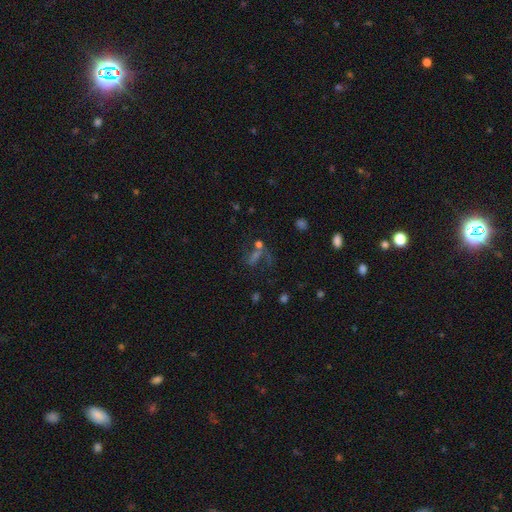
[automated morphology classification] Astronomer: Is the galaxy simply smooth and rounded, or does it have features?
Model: star or artifact — 41% (runner-up: featured or disk, 32%).